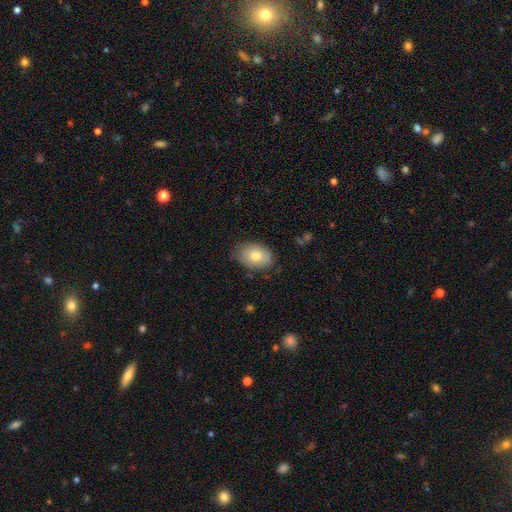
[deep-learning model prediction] Smooth or featured?
  - smooth: 73% *
  - featured or disk: 19%
  - star or artifact: 8%
How rounded?
  - in between: 80% *
  - round: 19%
  - cigar-shaped: 1%
Merging?
  - none: 73% *
  - minor disturbance: 22%
  - major disturbance: 4%
  - merger: 1%